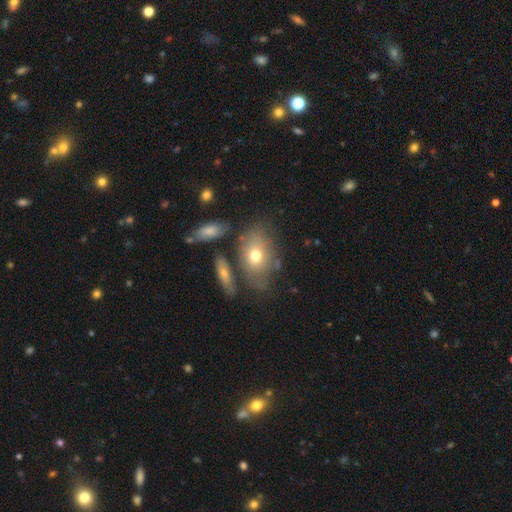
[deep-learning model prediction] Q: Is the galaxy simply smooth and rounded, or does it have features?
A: smooth — 66%.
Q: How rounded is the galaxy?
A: in between — 75%.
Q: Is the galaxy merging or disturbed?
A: none — 58%.